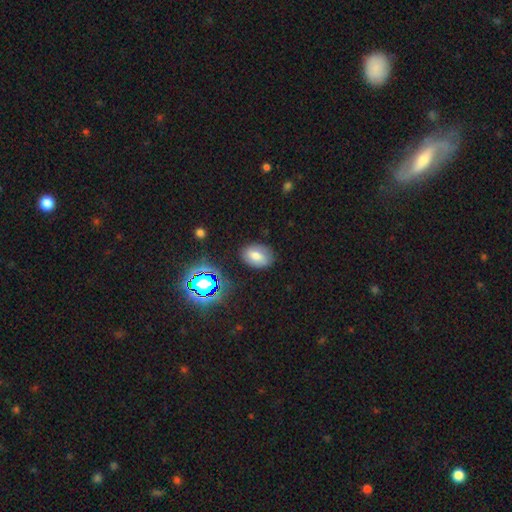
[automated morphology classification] smooth 68%, featured or disk 17%, star or artifact 14%. Down the decision tree: how rounded — in between (81%); merging — none (82%).